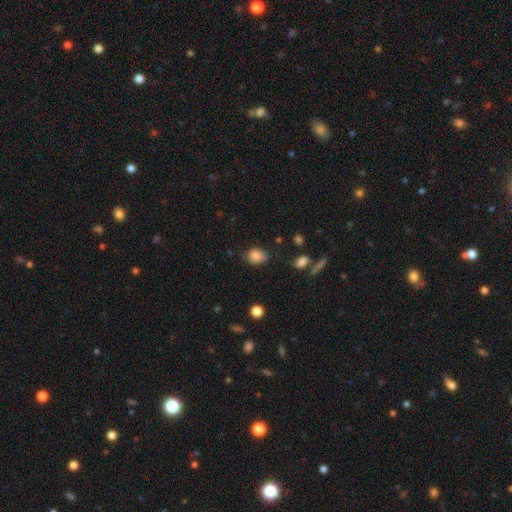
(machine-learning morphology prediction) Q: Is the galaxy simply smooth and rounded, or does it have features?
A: smooth — 82%.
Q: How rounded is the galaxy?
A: in between — 66%.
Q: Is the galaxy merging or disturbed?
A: none — 61%.